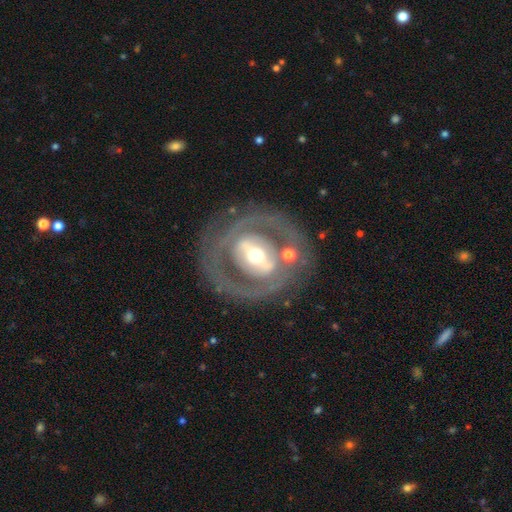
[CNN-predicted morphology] A featured or disk galaxy (76%) with a strong bar (45%), no spiral arms (57%) and a moderate central bulge (64%).

Vote fractions:
- Smooth or featured? featured or disk: 76% / smooth: 18% / star or artifact: 6%
- Edge-on disk? no: 94% / yes: 6%
- Bar? strong: 45% / weak: 29% / no: 26%
- Spiral arms? no: 57% / yes: 43%
- Bulge size? moderate: 64% / small: 20% / large: 13% / dominant: 2% / none: 1%
- Merging? none: 73% / minor disturbance: 13% / major disturbance: 10% / merger: 4%